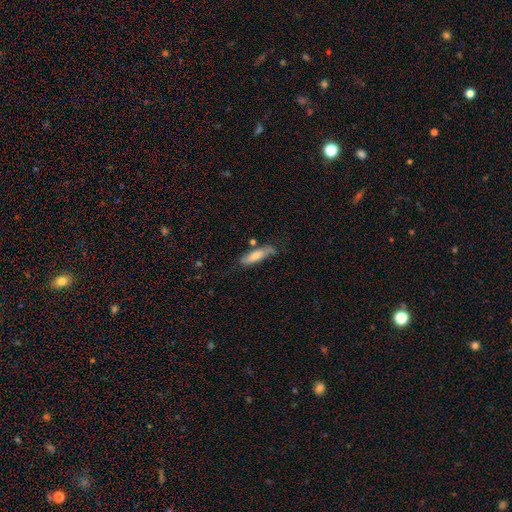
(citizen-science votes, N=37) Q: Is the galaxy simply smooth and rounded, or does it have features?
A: smooth — 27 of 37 (73%).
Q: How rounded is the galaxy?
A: cigar-shaped — 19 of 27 (70%).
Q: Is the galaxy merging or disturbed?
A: none — 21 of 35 (60%).